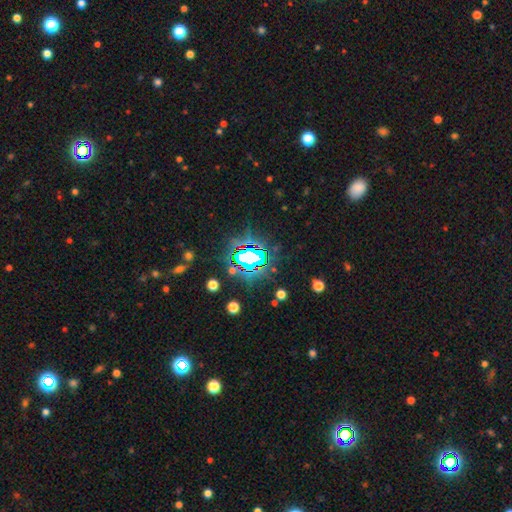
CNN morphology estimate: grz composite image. It shows a star or artifact, not a galaxy (77%).